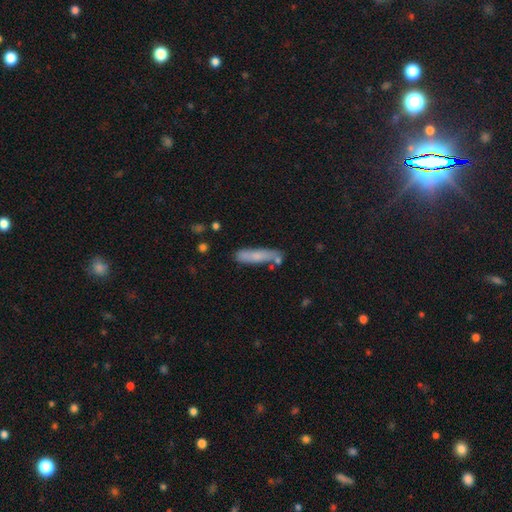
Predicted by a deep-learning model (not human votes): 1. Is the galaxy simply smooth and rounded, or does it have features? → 72% smooth, 21% featured or disk, 7% star or artifact.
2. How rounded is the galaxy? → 81% cigar-shaped, 17% in between, 2% round.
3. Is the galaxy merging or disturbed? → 68% none, 18% minor disturbance, 10% merger, 4% major disturbance.